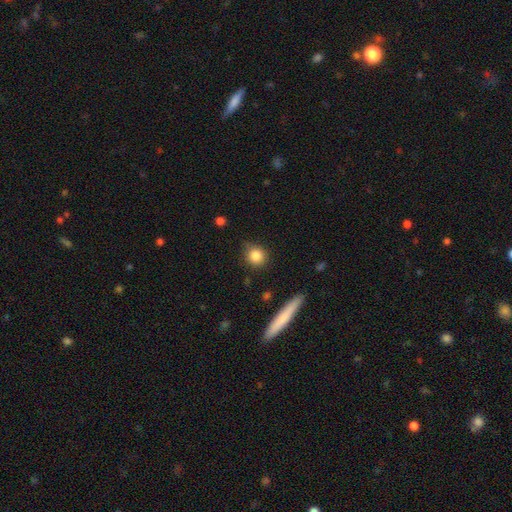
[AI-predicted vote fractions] A smooth galaxy with no disk features (85%) that is round (86%). Merging: none (84%).